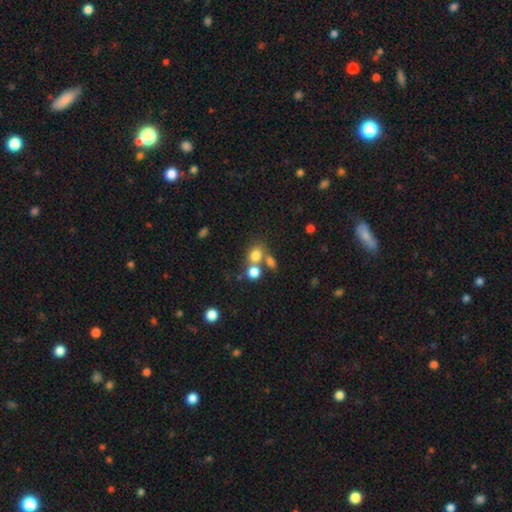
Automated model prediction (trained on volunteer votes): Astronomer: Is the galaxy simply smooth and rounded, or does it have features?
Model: smooth — 75%.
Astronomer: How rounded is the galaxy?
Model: round — 57% (runner-up: in between, 42%).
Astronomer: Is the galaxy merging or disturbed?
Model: none — 45% (runner-up: merger, 39%).